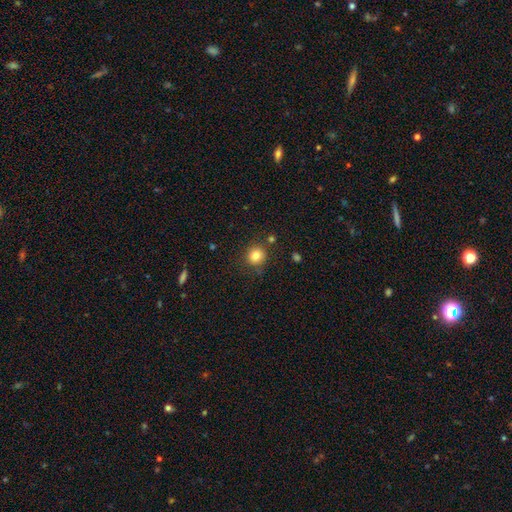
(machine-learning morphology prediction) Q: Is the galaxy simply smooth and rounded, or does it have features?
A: smooth — 82%.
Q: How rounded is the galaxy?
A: round — 89%.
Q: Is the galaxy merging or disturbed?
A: none — 82%.